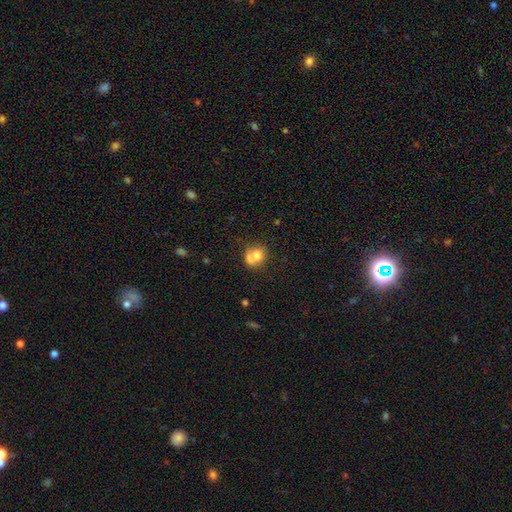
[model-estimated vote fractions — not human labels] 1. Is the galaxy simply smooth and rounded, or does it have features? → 71% smooth, 19% featured or disk, 10% star or artifact.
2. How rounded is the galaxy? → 75% round, 24% in between, 1% cigar-shaped.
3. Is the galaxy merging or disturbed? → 41% none, 36% merger, 15% minor disturbance, 8% major disturbance.